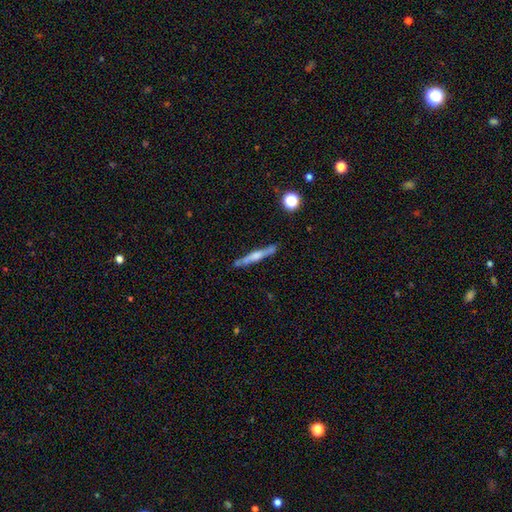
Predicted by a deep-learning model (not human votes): The model was most divided on "smooth or featured": featured or disk: 55%, smooth: 38%, star or artifact: 7%. Remaining: edge-on disk — yes (94%); merging — none (77%); edge-on bulge — rounded (48%).